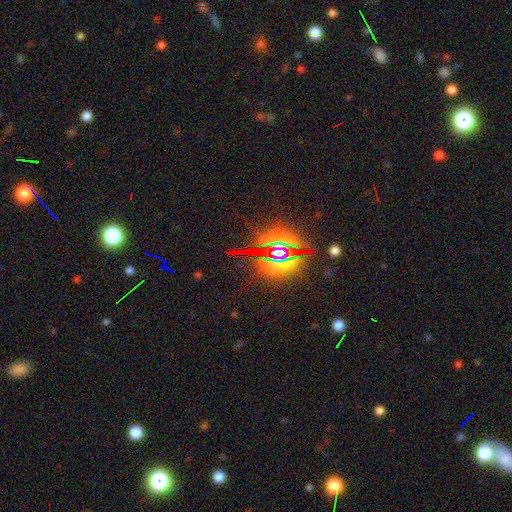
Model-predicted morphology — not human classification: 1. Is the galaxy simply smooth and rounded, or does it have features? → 83% star or artifact, 9% smooth, 8% featured or disk.